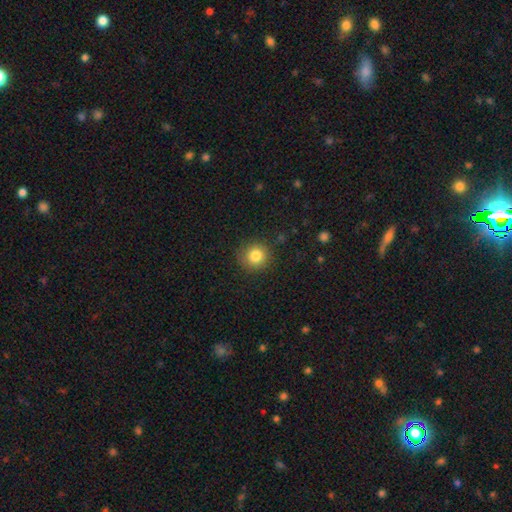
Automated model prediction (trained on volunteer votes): Q: Smooth or featured?
A: smooth (83%); runner-up: star or artifact (10%)
Q: How rounded?
A: round (92%); runner-up: in between (7%)
Q: Merging?
A: none (87%); runner-up: minor disturbance (9%)